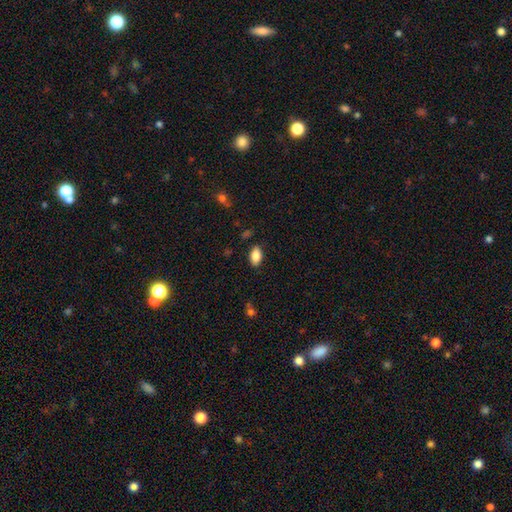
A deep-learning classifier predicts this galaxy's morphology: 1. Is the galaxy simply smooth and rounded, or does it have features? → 86% smooth, 8% star or artifact, 7% featured or disk.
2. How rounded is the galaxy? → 92% in between, 4% round, 4% cigar-shaped.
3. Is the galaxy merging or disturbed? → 85% none, 11% minor disturbance, 2% major disturbance, 1% merger.